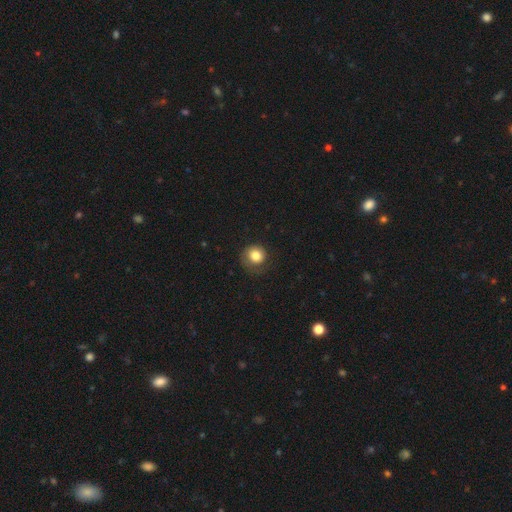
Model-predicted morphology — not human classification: Smooth or featured? Predicted: smooth (p=0.80). How rounded? Predicted: round (p=0.88). Merging? Predicted: none (p=0.66).